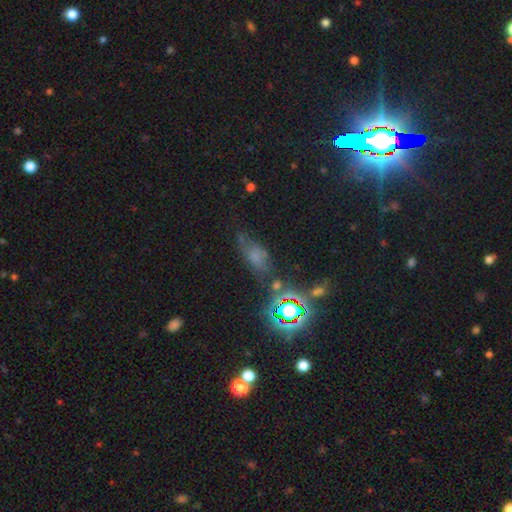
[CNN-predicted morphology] smooth-or-featured: smooth: 48% | star or artifact: 32% | featured or disk: 19%
  merging: none: 54% | minor disturbance: 25% | major disturbance: 13% | merger: 7%